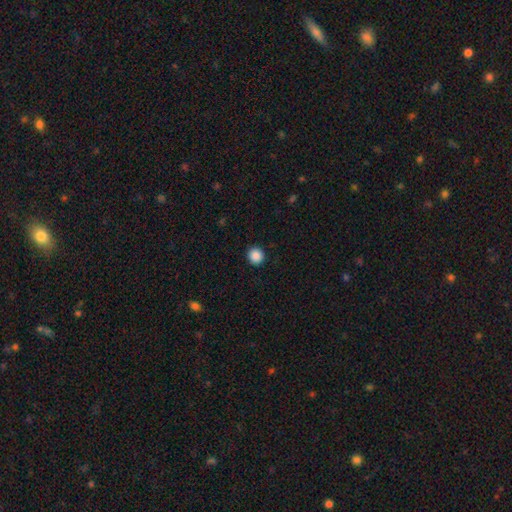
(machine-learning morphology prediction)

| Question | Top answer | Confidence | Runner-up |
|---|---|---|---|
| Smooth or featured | smooth | 88% | star or artifact (9%) |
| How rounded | round | 95% | in between (4%) |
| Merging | none | 93% | minor disturbance (4%) |